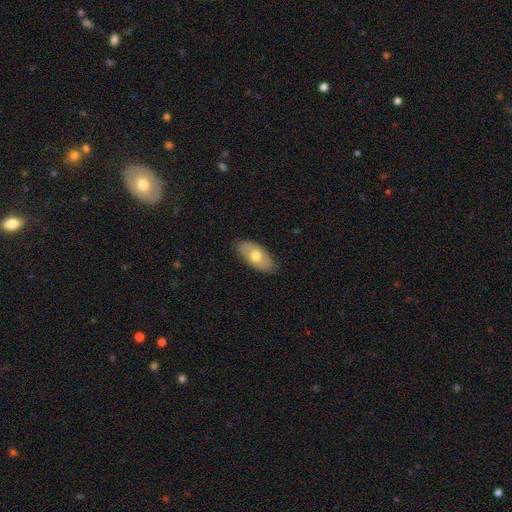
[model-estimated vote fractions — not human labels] smooth 62%, featured or disk 32%, star or artifact 6%. Down the decision tree: how rounded — in between (93%); merging — none (84%).